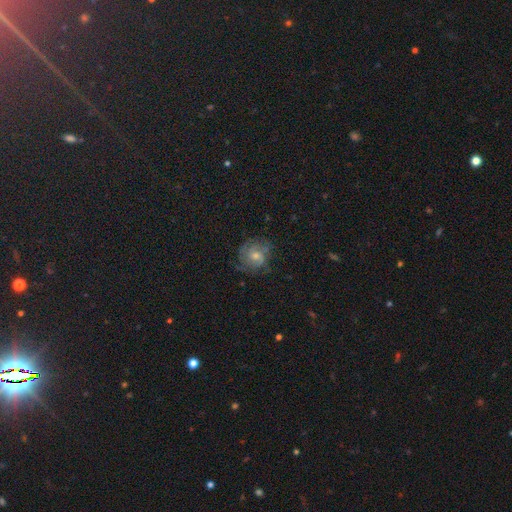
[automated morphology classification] Overall: featured or disk (64%; smooth 26%). Edge-on disk: no (98%). Bar: no (73%). Spiral arms: yes (88%). Spiral arm count: can't tell (38%; 3 20%). Spiral winding: tight (52%; medium 36%). Bulge size: moderate (51%; small 40%). Merging: none (69%).